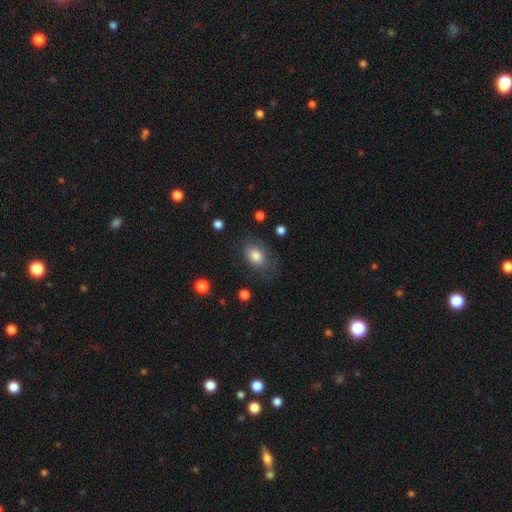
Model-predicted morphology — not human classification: Smooth or featured: smooth — 80% (featured or disk — 12%)
How rounded: in between — 77% (round — 22%)
Merging: none — 65% (minor disturbance — 22%)